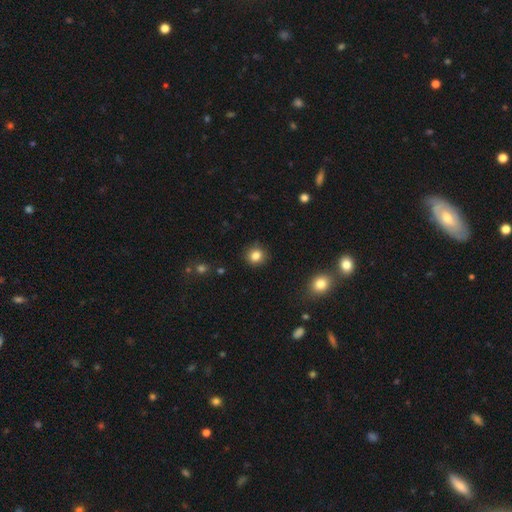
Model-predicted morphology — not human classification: Overall: smooth (84%). How rounded: round (89%). Merging: none (89%).